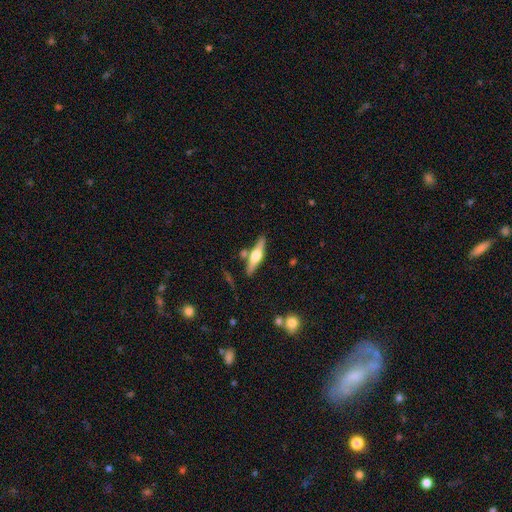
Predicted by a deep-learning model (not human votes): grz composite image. It shows a featured or disk galaxy (66%) viewed edge-on (96%) with a rounded central bulge (93%). Merging: none (79%).